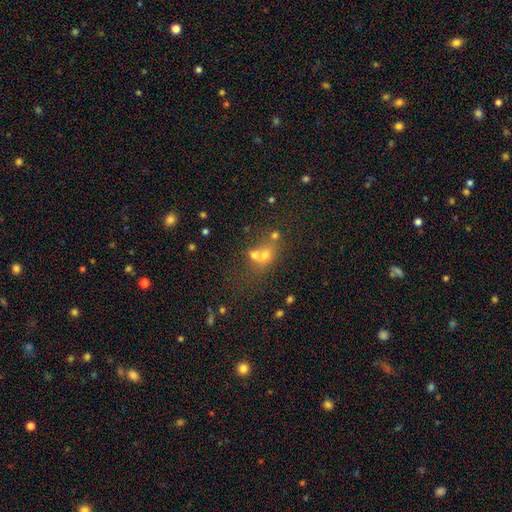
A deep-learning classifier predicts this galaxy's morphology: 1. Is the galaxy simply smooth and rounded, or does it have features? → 48% smooth, 34% star or artifact, 18% featured or disk.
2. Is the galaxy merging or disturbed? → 43% merger (tied), 43% none (tied), 8% minor disturbance, 6% major disturbance.